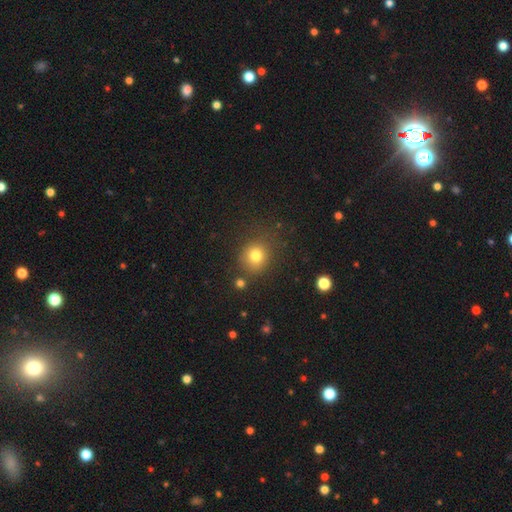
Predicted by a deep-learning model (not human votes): The model was most divided on "merging": none: 76%, minor disturbance: 13%, major disturbance: 6%, merger: 5%. More confident: how rounded — round (82%); smooth or featured — smooth (78%).